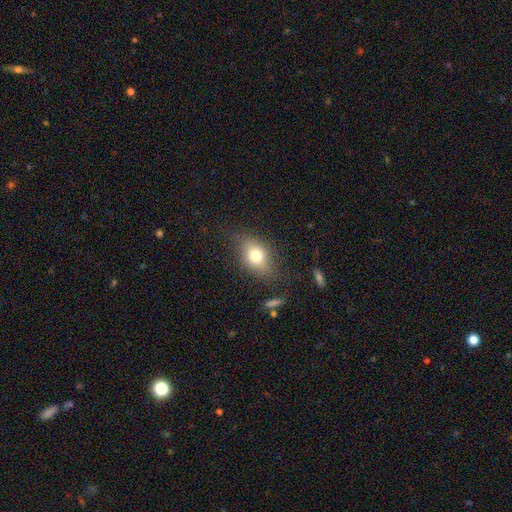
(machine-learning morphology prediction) Q: Smooth or featured?
A: smooth (72%); runner-up: featured or disk (17%)
Q: How rounded?
A: in between (74%); runner-up: round (23%)
Q: Merging?
A: none (73%); runner-up: minor disturbance (18%)